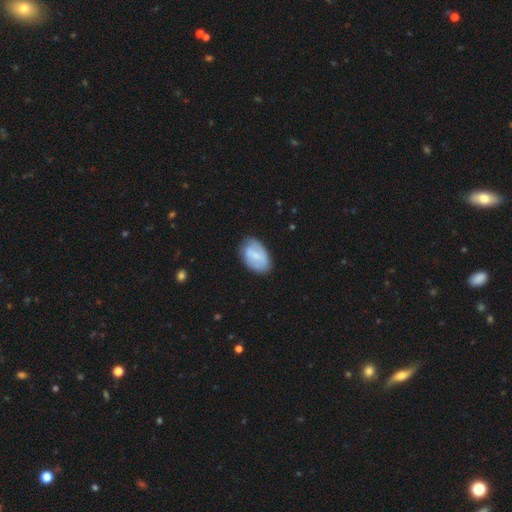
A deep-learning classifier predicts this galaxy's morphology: Smooth or featured? smooth (56%)
How rounded? in between (91%)
Merging? none (72%)